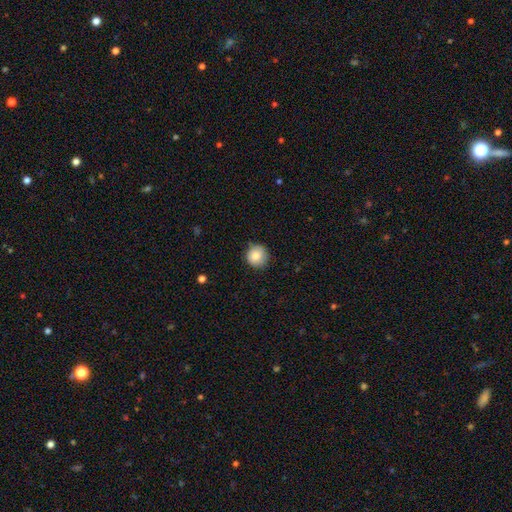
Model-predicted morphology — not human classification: Smooth or featured? smooth (85%)
How rounded? round (93%)
Merging? none (83%)